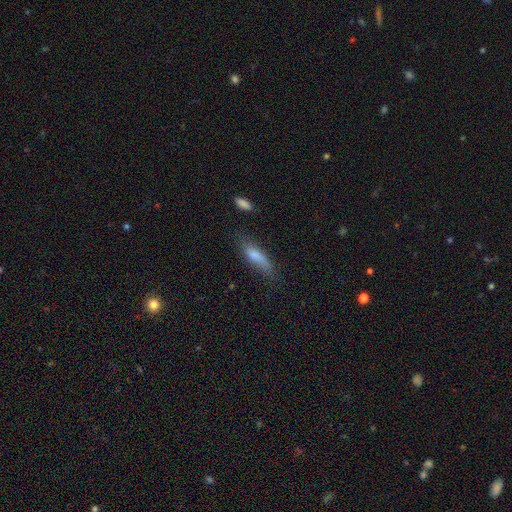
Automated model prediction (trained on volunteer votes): Q: Smooth or featured?
A: smooth (76%); runner-up: featured or disk (16%)
Q: How rounded?
A: cigar-shaped (58%); runner-up: in between (40%)
Q: Merging?
A: none (58%); runner-up: minor disturbance (28%)